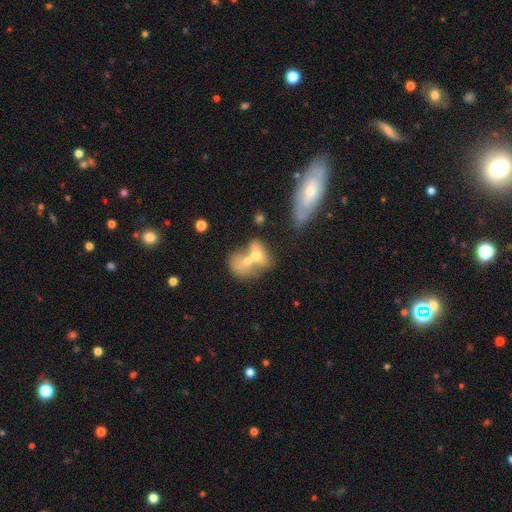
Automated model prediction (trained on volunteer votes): Q: Smooth or featured?
A: smooth (60%); runner-up: featured or disk (31%)
Q: How rounded?
A: in between (69%); runner-up: round (26%)
Q: Merging?
A: merger (70%); runner-up: none (17%)